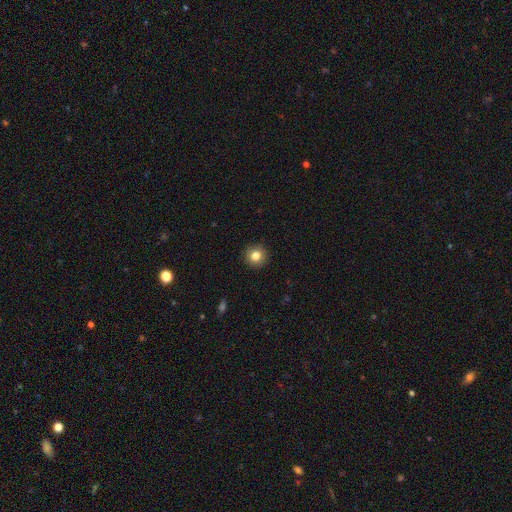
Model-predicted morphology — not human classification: This appears to be a smooth galaxy with no disk features (83%) that is round (94%). Merging: none (93%).